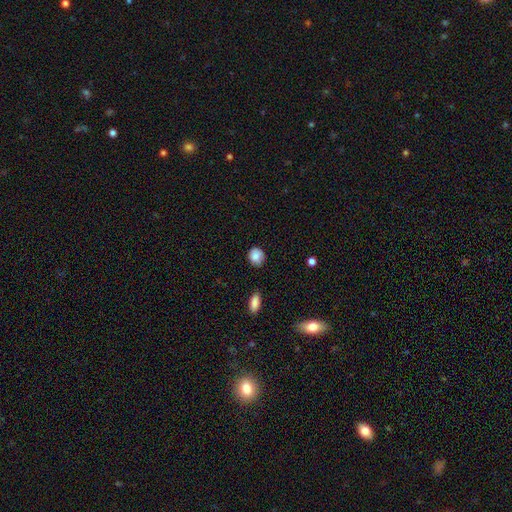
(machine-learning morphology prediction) Smooth or featured: smooth — 86% (star or artifact — 8%)
How rounded: round — 77% (in between — 21%)
Merging: none — 76% (minor disturbance — 19%)